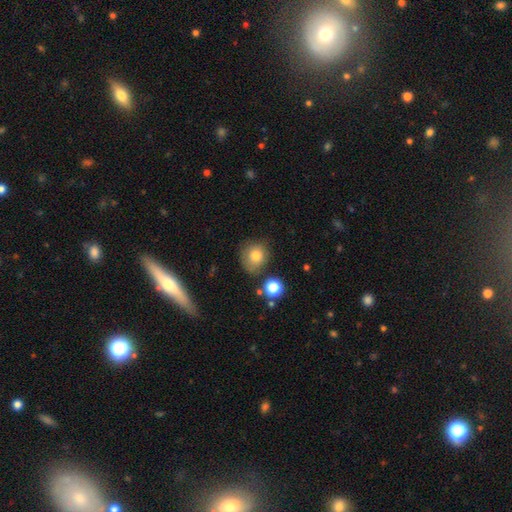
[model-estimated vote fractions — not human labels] A smooth galaxy with no disk features (79%) that is round (79%). Merging: none (70%).